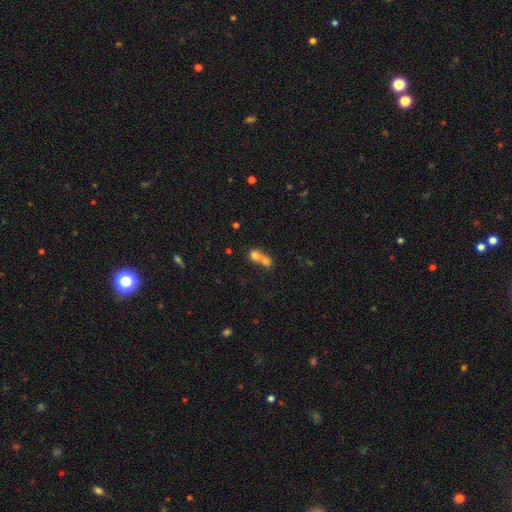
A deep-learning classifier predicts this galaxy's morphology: Smooth or featured? Predicted: smooth (p=0.69). How rounded? Predicted: round (p=0.58). Merging? Predicted: merger (p=0.73).